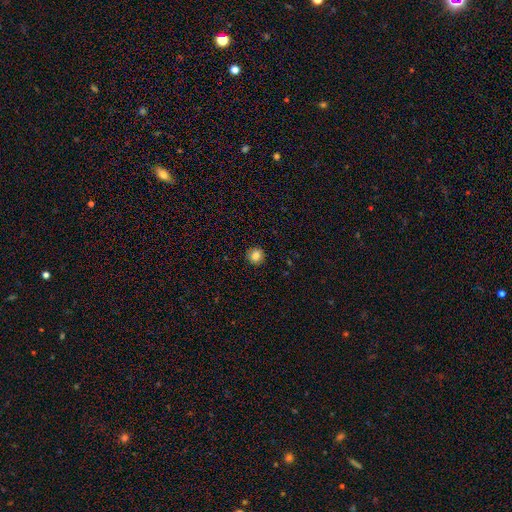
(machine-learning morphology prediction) Overall: smooth (83%). How rounded: round (93%). Merging: none (91%).